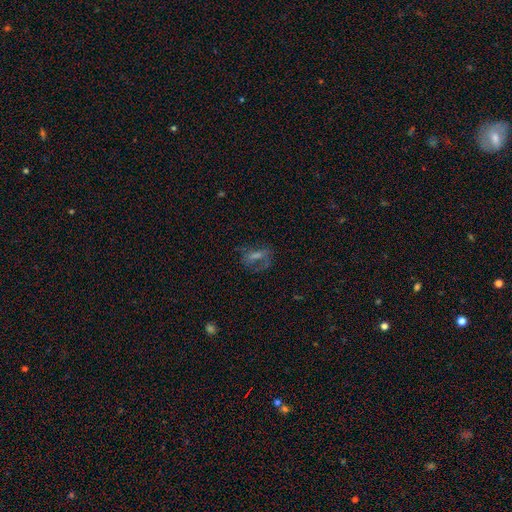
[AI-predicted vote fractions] smooth_or_featured: smooth (p=0.40) [alt: featured or disk p=0.37]
merging: none (p=0.49) [alt: major disturbance p=0.27]